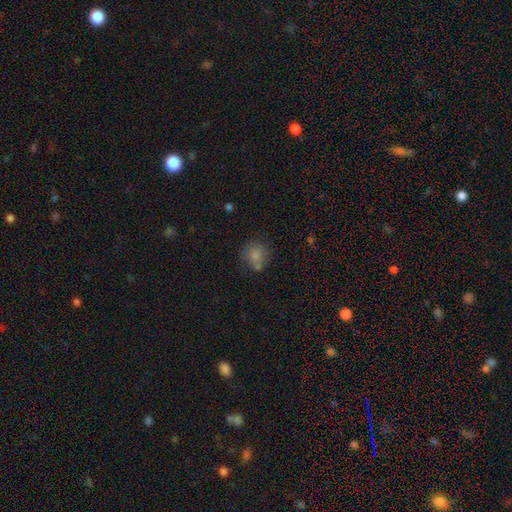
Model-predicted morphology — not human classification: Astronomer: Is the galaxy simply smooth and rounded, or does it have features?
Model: smooth — 78%.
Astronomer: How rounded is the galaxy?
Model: round — 76%.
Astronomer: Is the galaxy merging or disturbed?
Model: none — 57%.